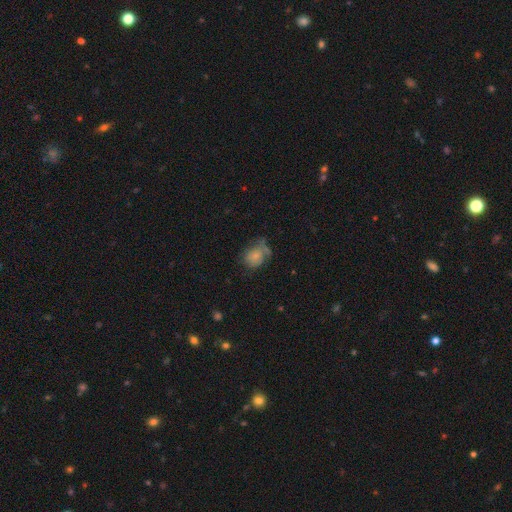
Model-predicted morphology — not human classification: type=smooth (68%); roundness=round (51%); merging=none (41%).